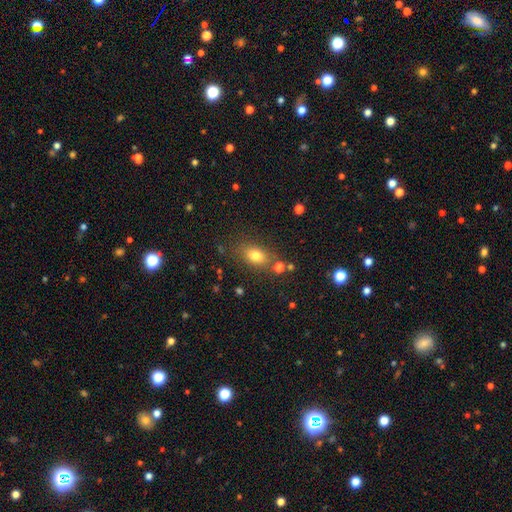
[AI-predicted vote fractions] This is likely a smooth galaxy (77%). How rounded: likely in between (75%). Merging: likely none (75%).